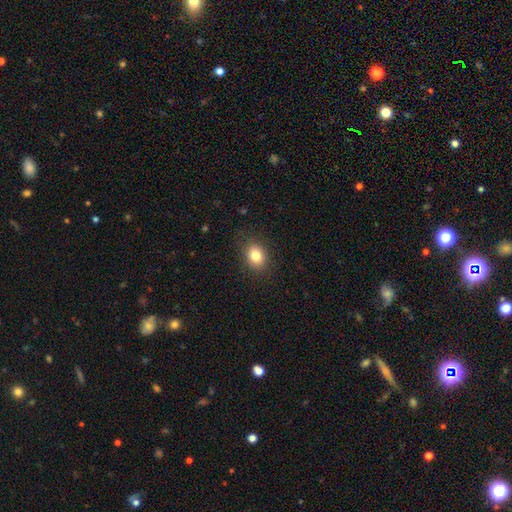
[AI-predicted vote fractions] Smooth or featured: smooth — 82% (star or artifact — 10%)
How rounded: in between — 54% (round — 45%)
Merging: none — 86% (minor disturbance — 10%)